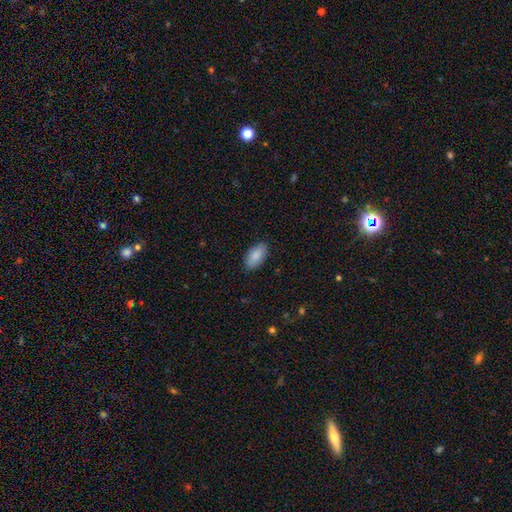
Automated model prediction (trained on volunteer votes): A smooth galaxy with no disk features (88%) that is in between round and cigar-shaped (95%). Merging: none (88%).